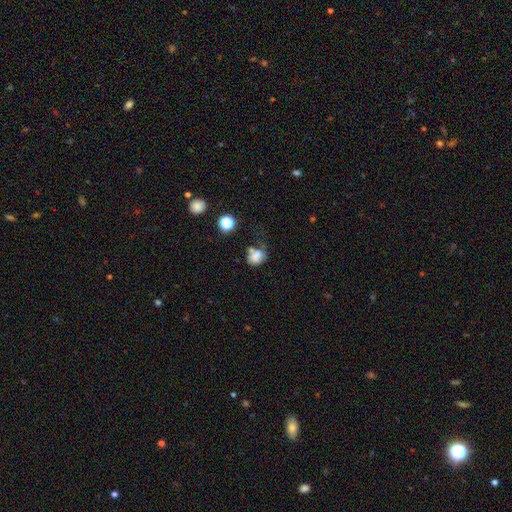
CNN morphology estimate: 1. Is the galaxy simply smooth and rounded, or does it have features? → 71% smooth, 15% featured or disk, 14% star or artifact.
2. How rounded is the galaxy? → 54% in between, 45% round, 1% cigar-shaped.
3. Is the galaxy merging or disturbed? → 35% none, 25% minor disturbance, 20% major disturbance, 20% merger.